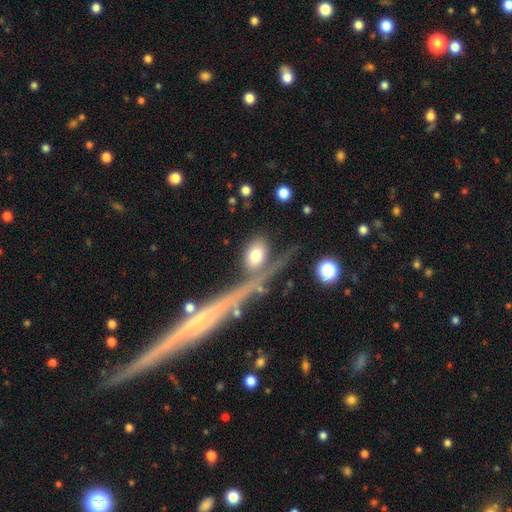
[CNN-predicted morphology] Smooth or featured?
  - smooth: 70% *
  - featured or disk: 22%
  - star or artifact: 9%
How rounded?
  - in between: 65% *
  - round: 27%
  - cigar-shaped: 7%
Merging?
  - none: 48% *
  - major disturbance: 18%
  - minor disturbance: 17%
  - merger: 17%